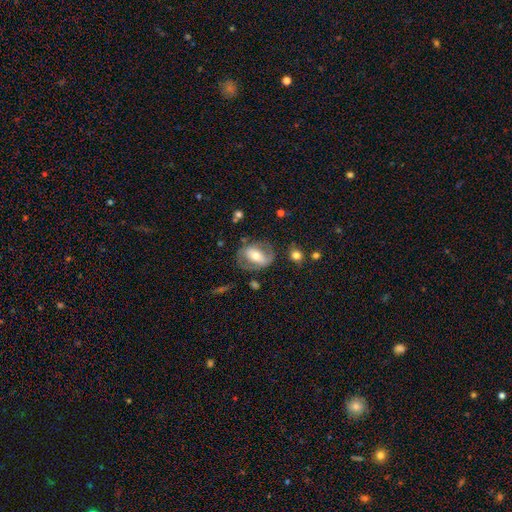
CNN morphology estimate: Q: Smooth or featured?
A: featured or disk (61%); runner-up: smooth (32%)
Q: Edge-on disk?
A: no (93%); runner-up: yes (7%)
Q: Bar?
A: strong (41%); runner-up: no (30%)
Q: Spiral arms?
A: yes (60%); runner-up: no (40%)
Q: Bulge size?
A: moderate (64%); runner-up: small (24%)
Q: Merging?
A: none (65%); runner-up: minor disturbance (19%)